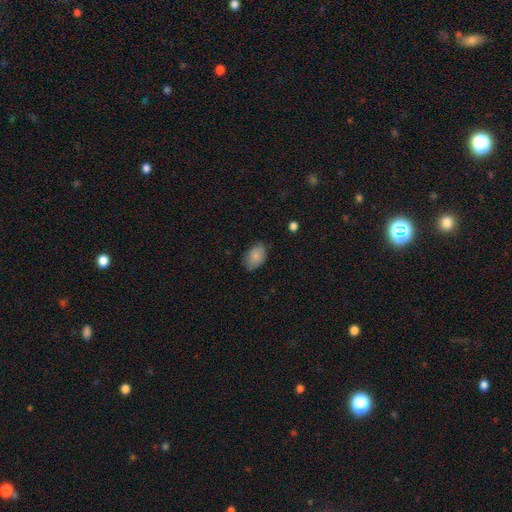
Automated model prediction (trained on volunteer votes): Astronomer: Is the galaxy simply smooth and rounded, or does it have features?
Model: smooth — 85%.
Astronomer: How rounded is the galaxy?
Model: in between — 86%.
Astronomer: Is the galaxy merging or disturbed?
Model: none — 76%.